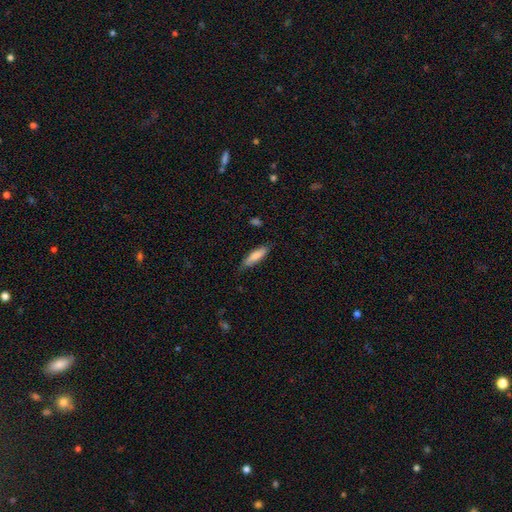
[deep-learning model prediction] This appears to be a smooth galaxy with no disk features (81%) that is cigar-shaped (59%). Merging: none (73%).